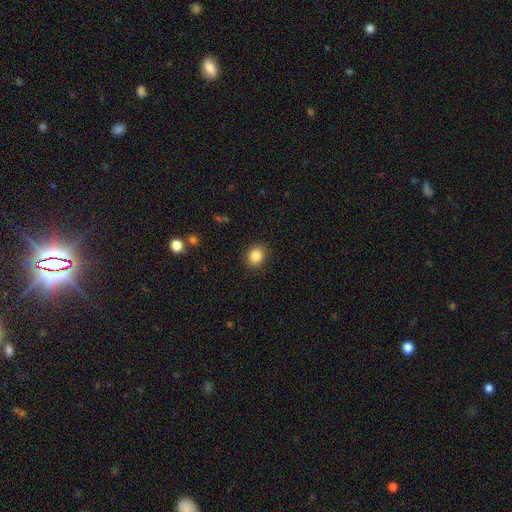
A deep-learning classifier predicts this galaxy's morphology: The model was most divided on "how rounded": round: 64%, in between: 35%, cigar-shaped: 1%. More confident: merging — none (89%); smooth or featured — smooth (85%).